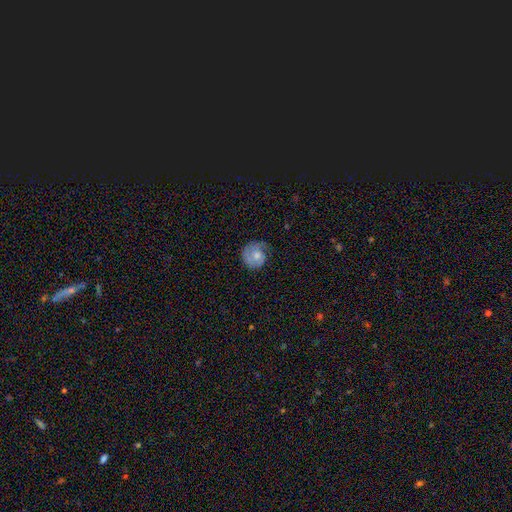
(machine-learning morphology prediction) Smooth or featured: smooth — 47% (featured or disk — 46%)
Merging: none — 62% (minor disturbance — 24%)